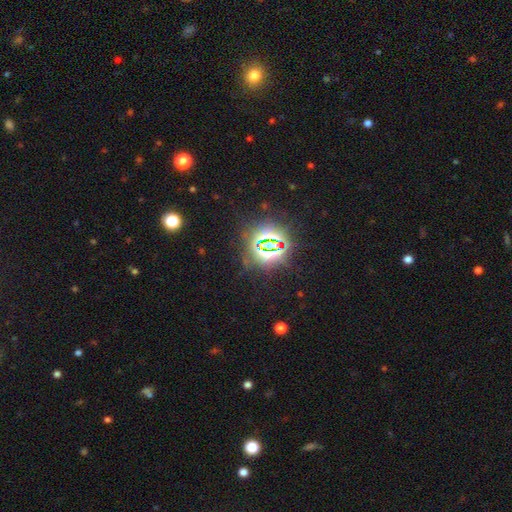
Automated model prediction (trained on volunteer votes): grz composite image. It shows a star or artifact, not a galaxy (83%).